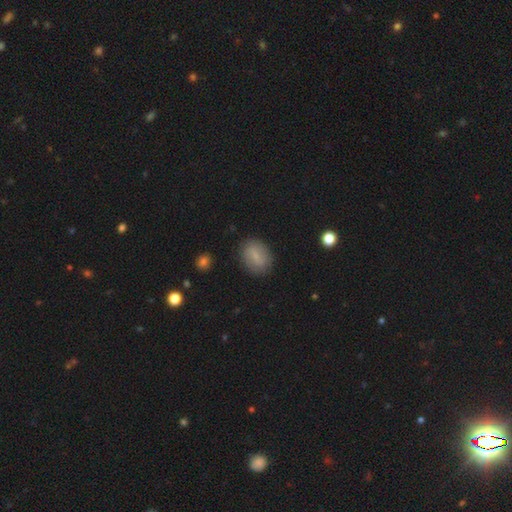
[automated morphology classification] This is likely a smooth galaxy (67%). How rounded: likely in between (68%). Merging: clearly none (84%).